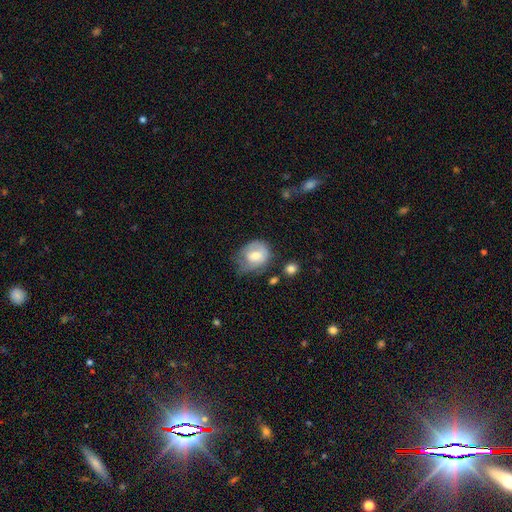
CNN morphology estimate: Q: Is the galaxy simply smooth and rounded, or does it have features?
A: smooth — 58%.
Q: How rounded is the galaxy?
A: round — 55%.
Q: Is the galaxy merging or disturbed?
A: none — 37%, tied with minor disturbance.